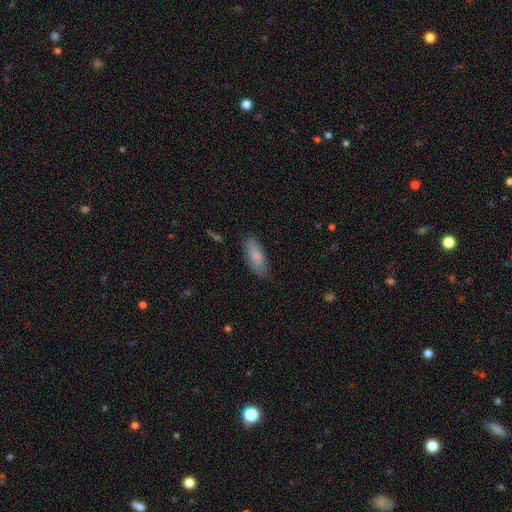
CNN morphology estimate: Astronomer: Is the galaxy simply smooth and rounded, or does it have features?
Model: smooth — 80%.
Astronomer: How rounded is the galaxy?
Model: in between — 64%.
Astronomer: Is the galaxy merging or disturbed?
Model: none — 80%.